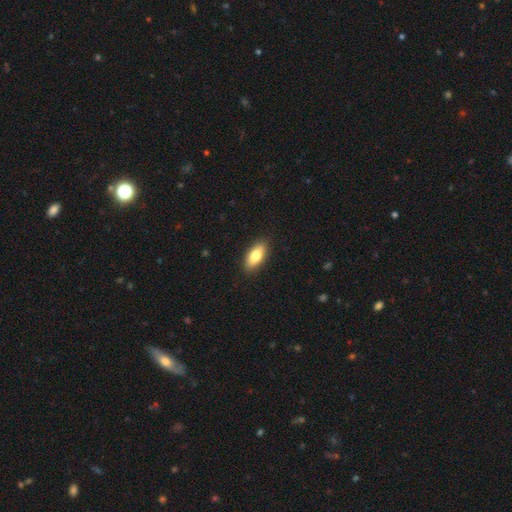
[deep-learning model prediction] Overall: smooth (77%). How rounded: in between (83%). Merging: none (89%).